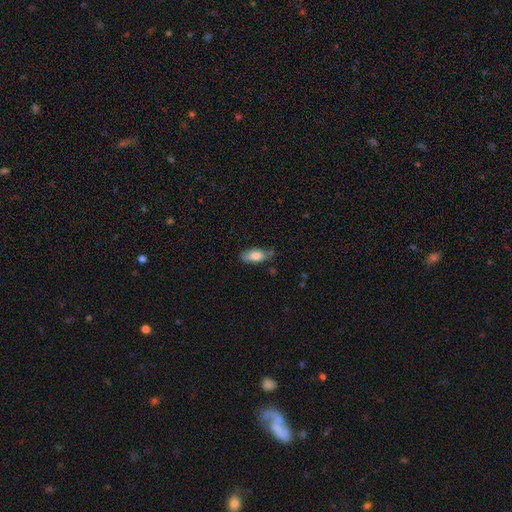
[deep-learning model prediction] smooth 79%, featured or disk 14%, star or artifact 7%. Down the decision tree: how rounded — in between (83%); merging — none (68%).